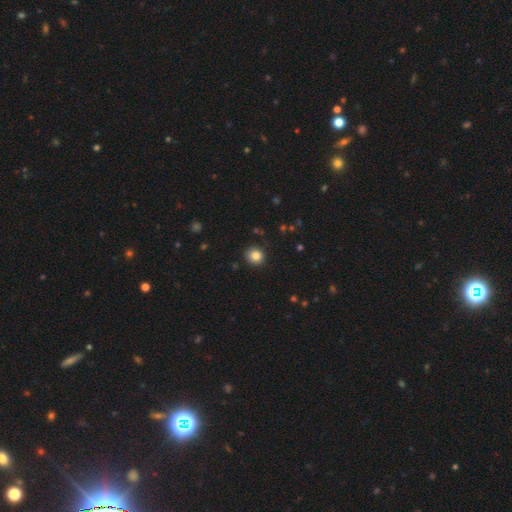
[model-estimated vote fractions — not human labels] Morphology: type=smooth (84%); roundness=round (86%); merging=none (89%).